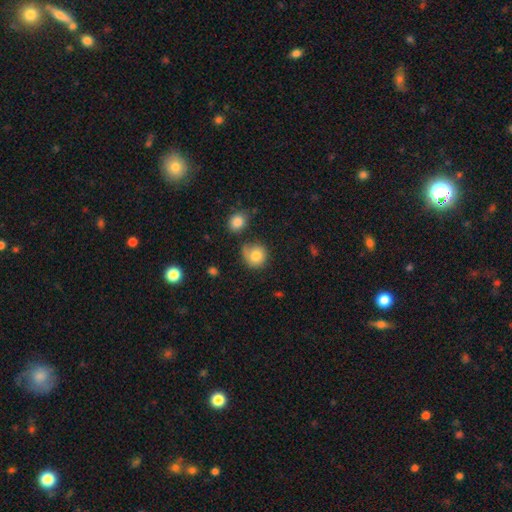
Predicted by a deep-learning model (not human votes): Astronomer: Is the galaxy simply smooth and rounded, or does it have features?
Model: smooth — 78%.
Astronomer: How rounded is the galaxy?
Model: round — 86%.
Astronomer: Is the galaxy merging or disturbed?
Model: none — 56%.